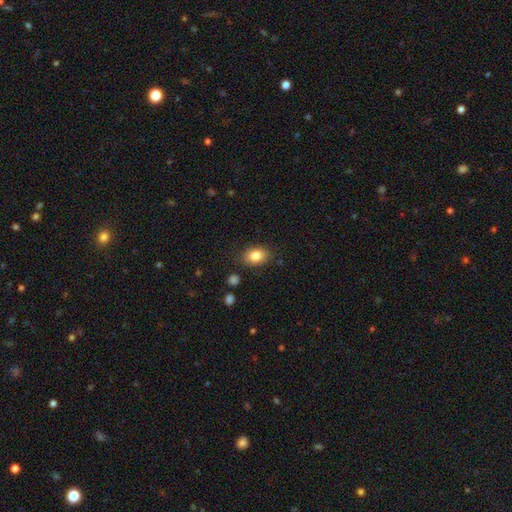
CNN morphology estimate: A smooth galaxy with no disk features (84%) that is in between round and cigar-shaped (73%). Merging: none (84%).